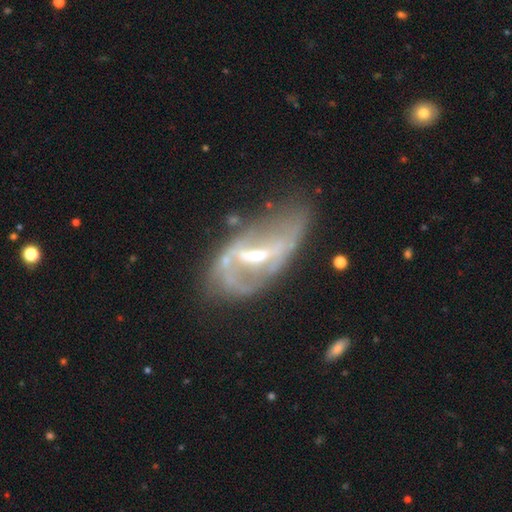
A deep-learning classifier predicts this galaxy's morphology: Smooth or featured: featured or disk — 79% (smooth — 13%)
Edge-on disk: no — 91% (yes — 9%)
Bar: strong — 49% (weak — 38%)
Spiral arms: yes — 68% (no — 32%)
Bulge size: moderate — 48% (small — 40%)
Merging: none — 45% (major disturbance — 25%)